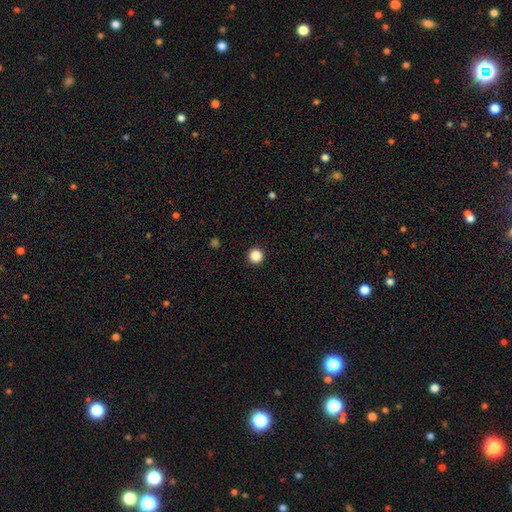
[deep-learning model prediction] Smooth or featured?
  - smooth: 87% *
  - star or artifact: 11%
  - featured or disk: 3%
How rounded?
  - round: 96% *
  - in between: 3%
  - cigar-shaped: 1%
Merging?
  - none: 94% *
  - minor disturbance: 4%
  - major disturbance: 2%
  - merger: 1%